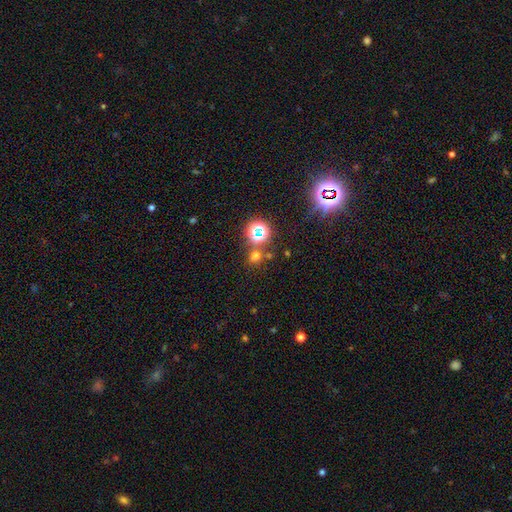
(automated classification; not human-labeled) A smooth galaxy with no disk features (55%) that is round (79%).

Vote fractions:
- Smooth or featured? smooth: 55% / star or artifact: 38% / featured or disk: 8%
- How rounded? round: 79% / in between: 20% / cigar-shaped: 1%
- Merging? none: 70% / merger: 15% / minor disturbance: 10% / major disturbance: 5%